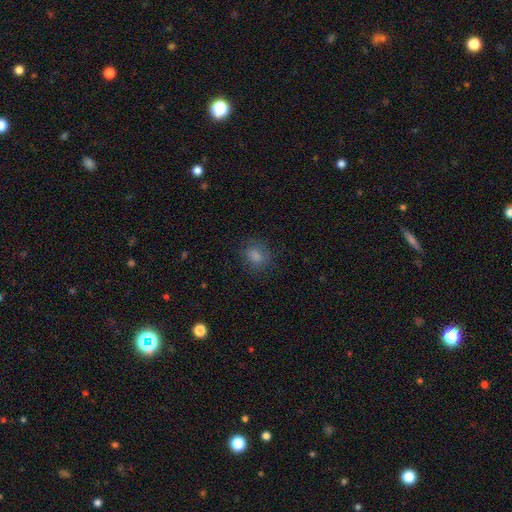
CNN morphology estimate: This appears to be a smooth galaxy with no disk features (71%) that is round (69%). Merging: none (83%).